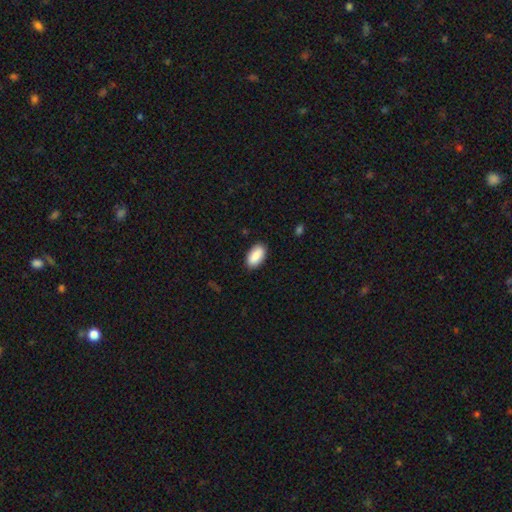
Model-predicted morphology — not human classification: Smooth or featured?
  - smooth: 89% *
  - star or artifact: 6%
  - featured or disk: 5%
How rounded?
  - in between: 94% *
  - cigar-shaped: 3%
  - round: 2%
Merging?
  - none: 88% *
  - minor disturbance: 9%
  - major disturbance: 2%
  - merger: 1%